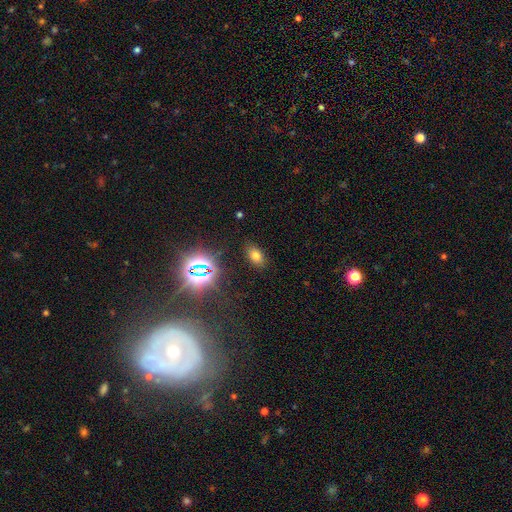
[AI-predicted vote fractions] Smooth or featured: smooth — 68% (star or artifact — 23%)
How rounded: in between — 86% (round — 12%)
Merging: none — 86% (minor disturbance — 10%)